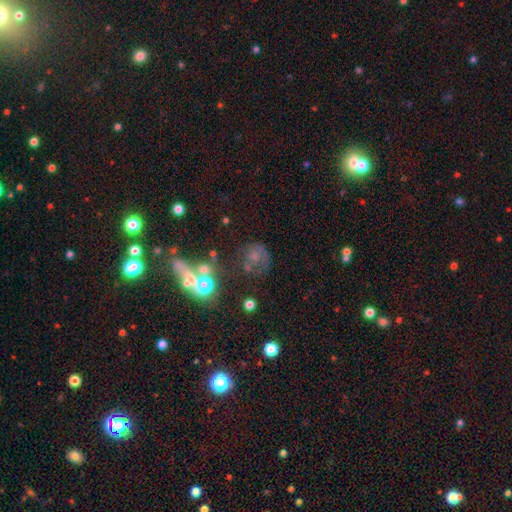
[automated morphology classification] smooth 48%, featured or disk 30%, star or artifact 22%. Down the decision tree: merging — none (40%).